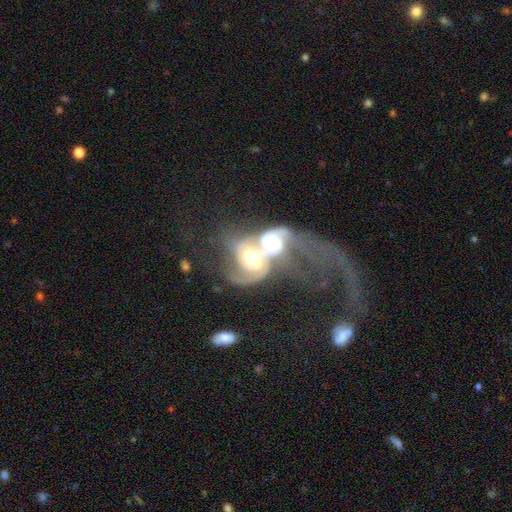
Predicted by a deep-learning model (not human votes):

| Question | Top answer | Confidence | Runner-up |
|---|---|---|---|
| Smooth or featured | featured or disk | 79% | smooth (14%) |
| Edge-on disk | no | 96% | yes (4%) |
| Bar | no | 50% | weak (33%) |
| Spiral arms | yes | 87% | no (13%) |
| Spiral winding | loose | 43% | medium (33%) |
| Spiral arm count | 2 | 55% | can't tell (20%) |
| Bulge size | moderate | 60% | large (24%) |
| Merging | merger | 81% | major disturbance (11%) |